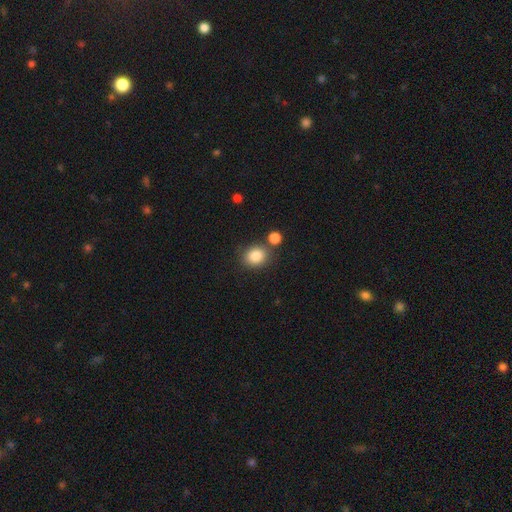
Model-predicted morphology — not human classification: Smooth or featured?
  - smooth: 85% *
  - star or artifact: 9%
  - featured or disk: 5%
How rounded?
  - round: 64% *
  - in between: 35%
  - cigar-shaped: 1%
Merging?
  - none: 72% *
  - merger: 14%
  - minor disturbance: 11%
  - major disturbance: 4%